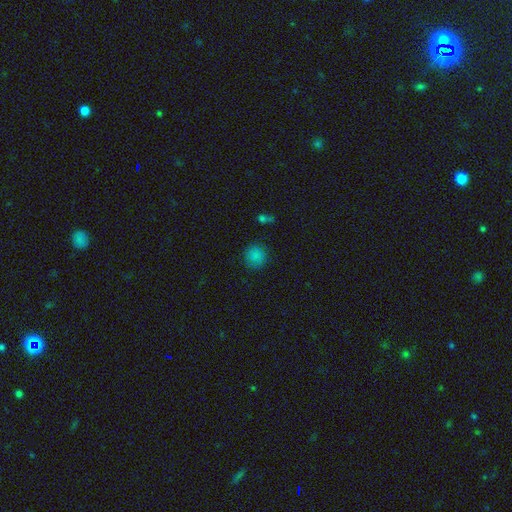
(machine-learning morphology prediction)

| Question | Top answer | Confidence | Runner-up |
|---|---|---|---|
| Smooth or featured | smooth | 83% | star or artifact (13%) |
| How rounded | round | 92% | in between (7%) |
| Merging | none | 87% | minor disturbance (8%) |